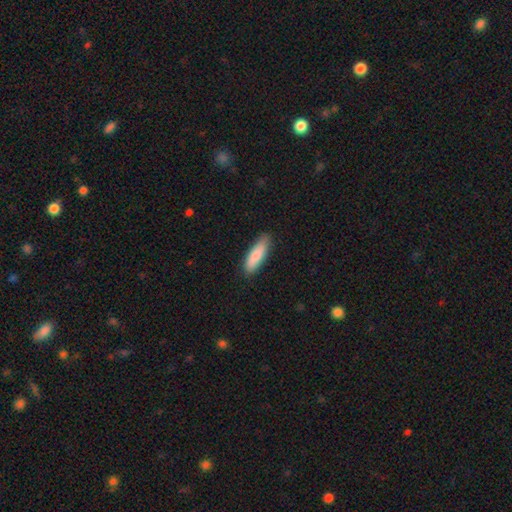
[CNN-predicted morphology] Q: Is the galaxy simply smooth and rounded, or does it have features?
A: smooth — 85%.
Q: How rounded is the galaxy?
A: cigar-shaped — 53%.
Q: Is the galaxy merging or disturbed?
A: none — 84%.